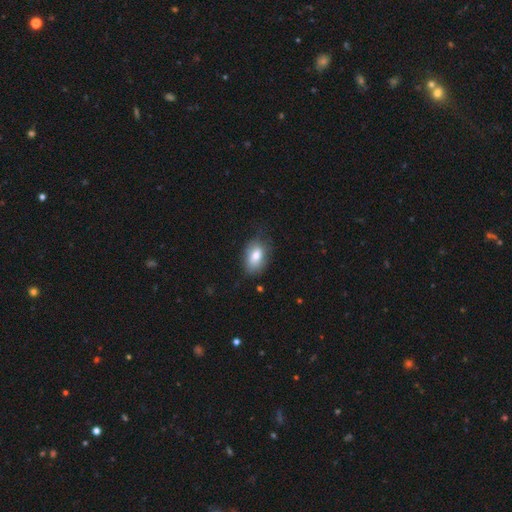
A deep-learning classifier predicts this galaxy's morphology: This appears to be a smooth galaxy with no disk features (78%) that is in between round and cigar-shaped (87%). Merging: none (67%).